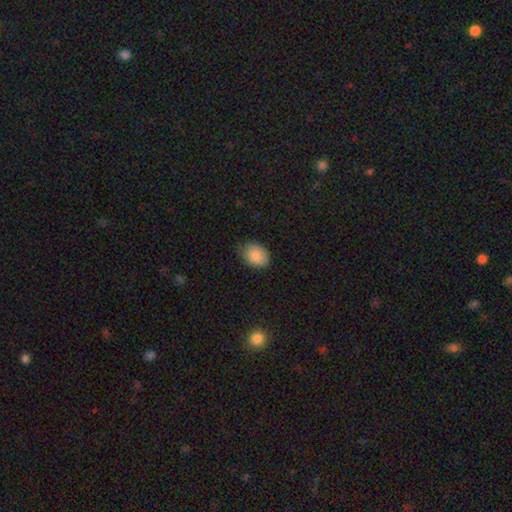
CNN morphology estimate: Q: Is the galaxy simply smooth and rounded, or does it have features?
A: smooth — 87%.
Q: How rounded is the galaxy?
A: in between — 74%.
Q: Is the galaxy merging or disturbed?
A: none — 70%.